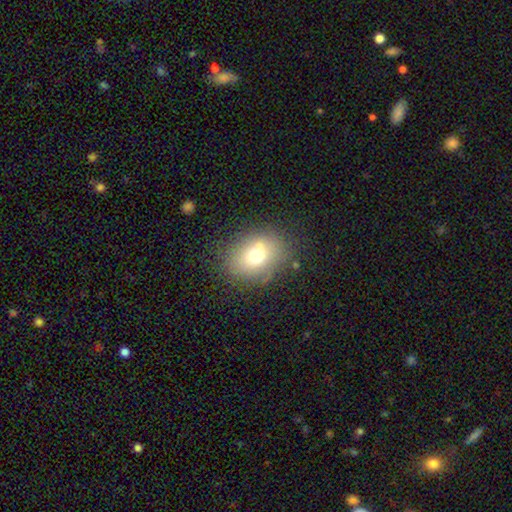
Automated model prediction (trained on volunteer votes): Smooth or featured? Predicted: smooth (p=0.69). How rounded? Predicted: in between (p=0.55). Merging? Predicted: none (p=0.71).